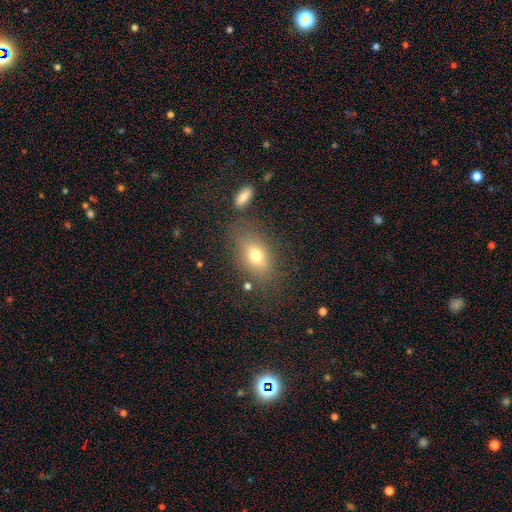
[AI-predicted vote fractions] Q: Smooth or featured?
A: smooth (72%); runner-up: featured or disk (16%)
Q: How rounded?
A: in between (75%); runner-up: round (21%)
Q: Merging?
A: none (69%); runner-up: minor disturbance (17%)